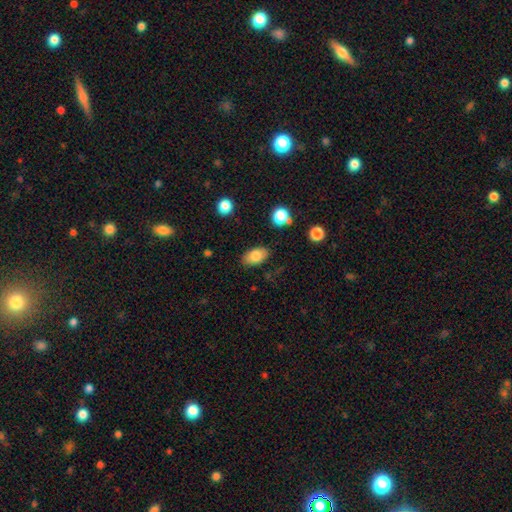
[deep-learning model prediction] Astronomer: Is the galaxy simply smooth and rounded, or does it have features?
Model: smooth — 81%.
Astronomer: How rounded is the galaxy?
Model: in between — 91%.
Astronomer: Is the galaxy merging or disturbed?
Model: none — 83%.